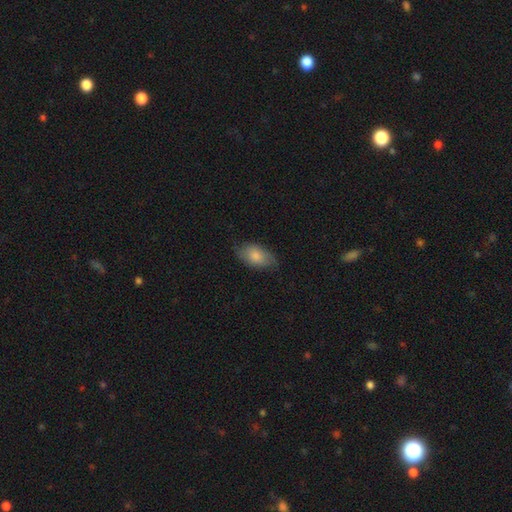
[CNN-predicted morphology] A smooth galaxy with no disk features (76%) that is in between round and cigar-shaped (92%). Merging: none (70%).